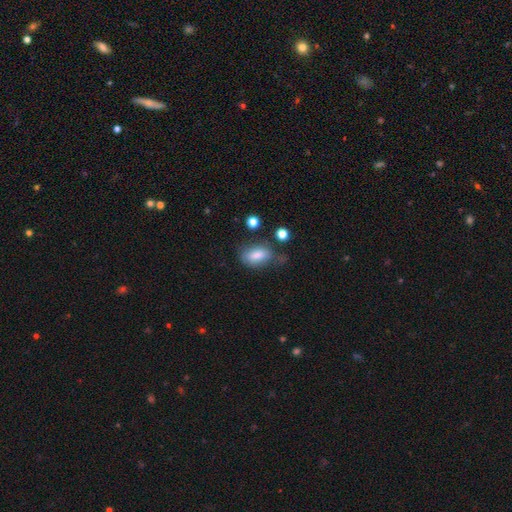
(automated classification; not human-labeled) smooth_or_featured: smooth (p=0.78) [alt: featured or disk p=0.13]
how_rounded: in between (p=0.86) [alt: round p=0.09]
merging: none (p=0.57) [alt: minor disturbance p=0.26]